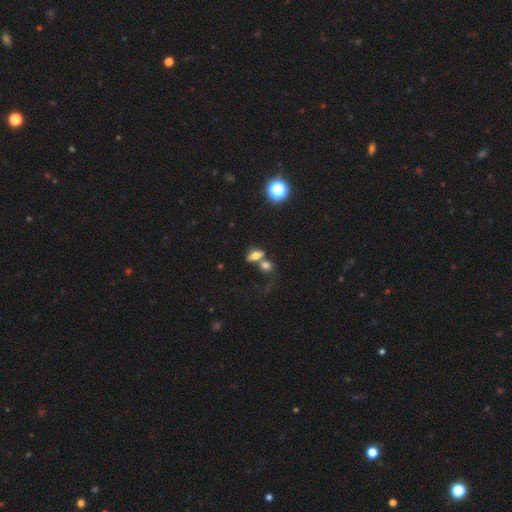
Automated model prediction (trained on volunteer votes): This appears to be a smooth galaxy with no disk features (62%) that is in between round and cigar-shaped (73%). Merging: merger (47%).